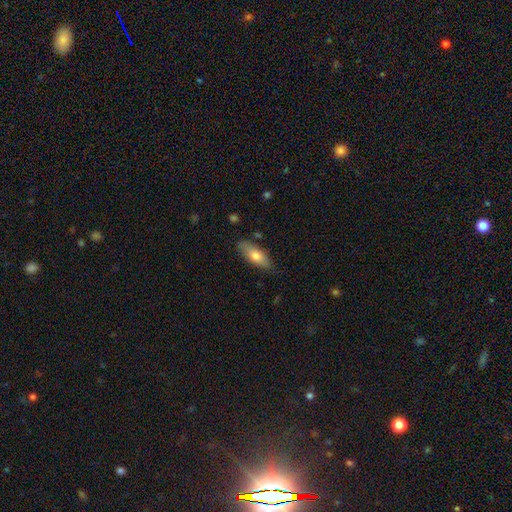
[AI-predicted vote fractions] smooth_or_featured: smooth (p=0.73) [alt: featured or disk p=0.21]
how_rounded: in between (p=0.74) [alt: cigar-shaped p=0.24]
merging: none (p=0.80) [alt: minor disturbance p=0.16]